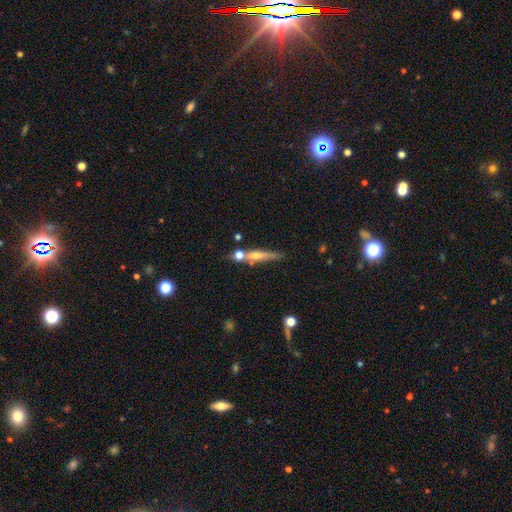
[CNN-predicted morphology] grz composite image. It shows a featured or disk galaxy (51%) viewed edge-on (89%). Merging: none (61%).